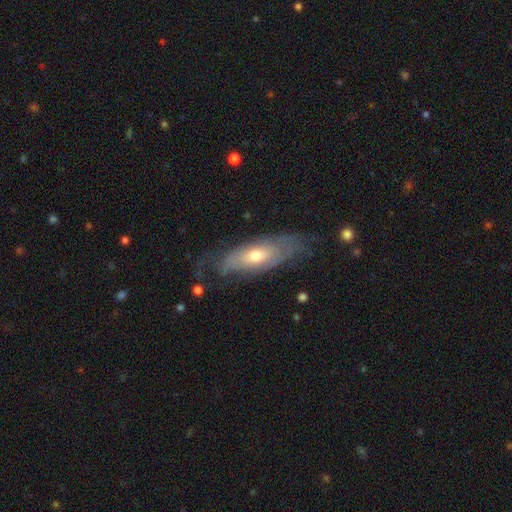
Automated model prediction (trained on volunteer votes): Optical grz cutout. It shows a featured or disk galaxy (60%). Merging: none (61%).